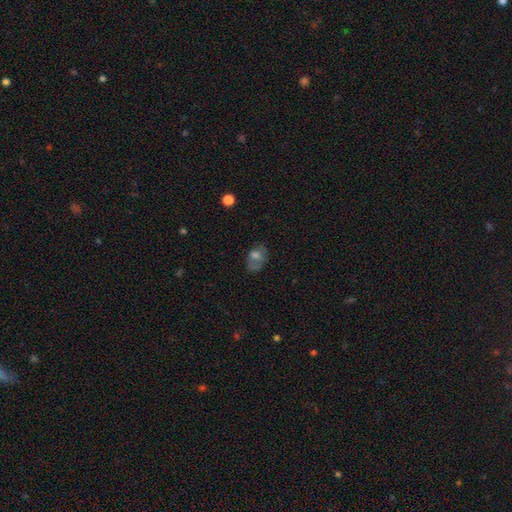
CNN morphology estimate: Smooth or featured? smooth (58%)
How rounded? in between (76%)
Merging? none (47%)